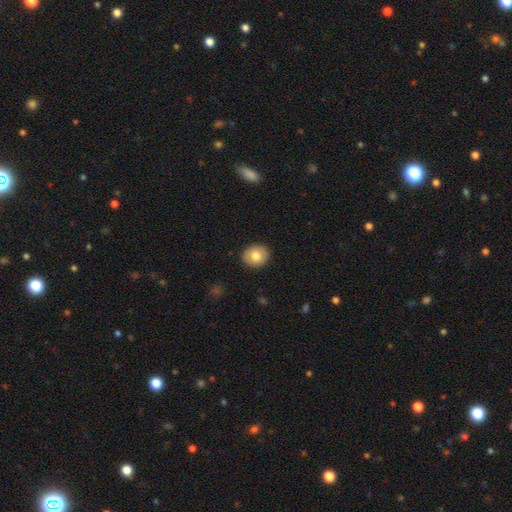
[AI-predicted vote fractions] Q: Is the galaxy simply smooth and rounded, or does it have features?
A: smooth — 78%.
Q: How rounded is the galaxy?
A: round — 69%.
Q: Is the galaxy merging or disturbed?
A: none — 90%.